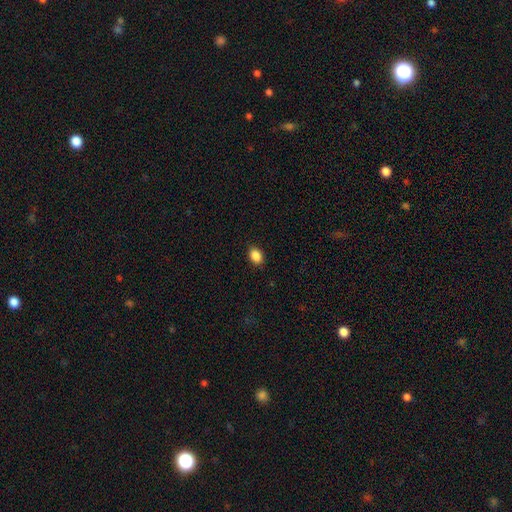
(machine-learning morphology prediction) smooth 88%, star or artifact 9%, featured or disk 3%. Down the decision tree: how rounded — in between (75%); merging — none (88%).